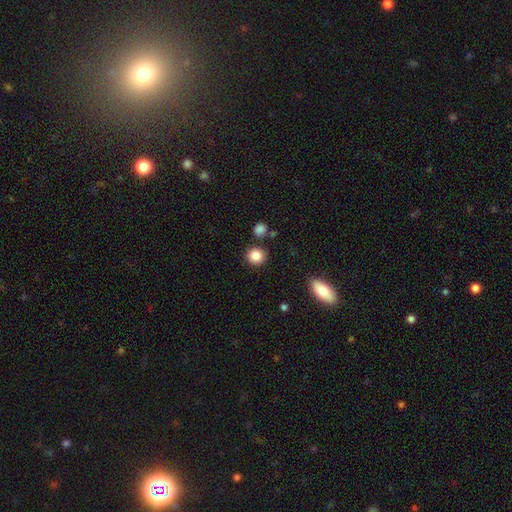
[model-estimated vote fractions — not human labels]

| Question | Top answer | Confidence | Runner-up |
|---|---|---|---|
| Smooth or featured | smooth | 86% | star or artifact (9%) |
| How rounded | round | 90% | in between (9%) |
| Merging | none | 87% | minor disturbance (7%) |